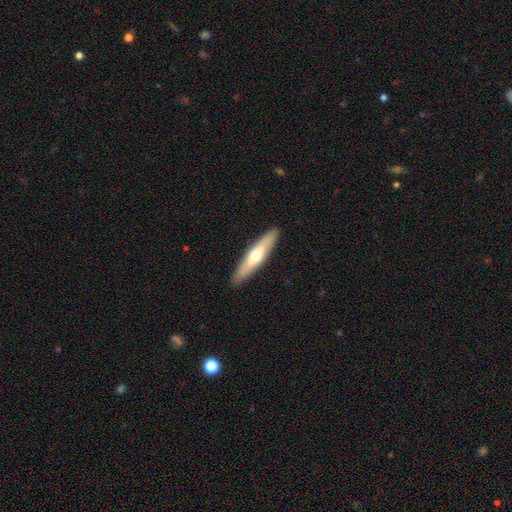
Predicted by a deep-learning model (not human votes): A smooth galaxy with no disk features (49%). Merging: none (91%).